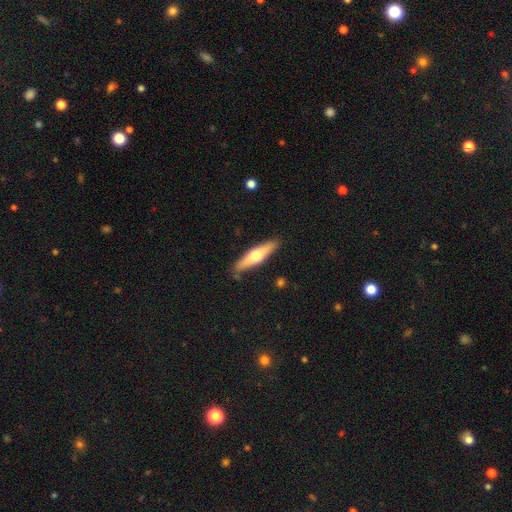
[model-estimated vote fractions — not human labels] smooth_or_featured: featured or disk (p=0.47) [tied with: smooth p=0.47]
merging: none (p=0.85) [alt: minor disturbance p=0.10]